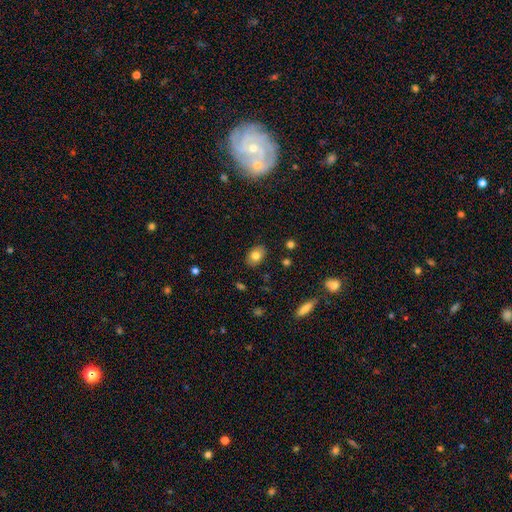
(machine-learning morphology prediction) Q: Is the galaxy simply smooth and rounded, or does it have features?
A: smooth — 78%.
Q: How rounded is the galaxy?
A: in between — 80%.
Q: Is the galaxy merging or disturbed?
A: none — 86%.